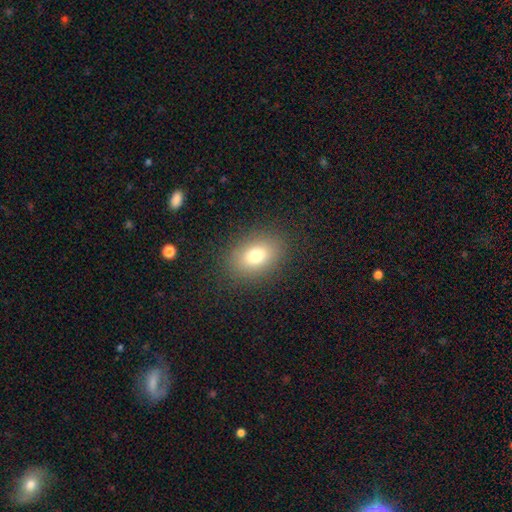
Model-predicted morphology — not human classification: Overall: smooth (78%). How rounded: in between (77%). Merging: none (86%).